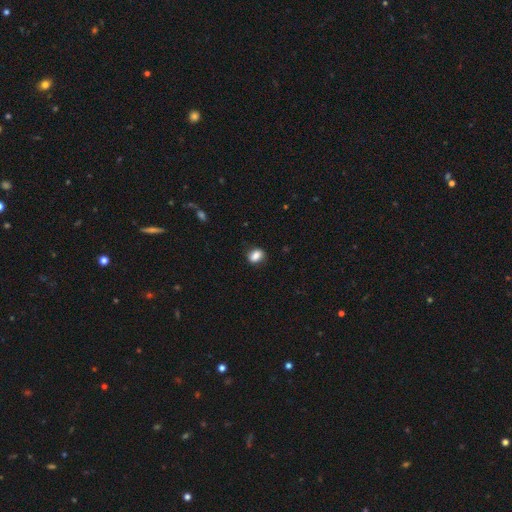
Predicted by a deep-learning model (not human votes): smooth_or_featured: smooth (p=0.83) [alt: star or artifact p=0.09]
how_rounded: in between (p=0.72) [alt: round p=0.26]
merging: none (p=0.80) [alt: minor disturbance p=0.15]